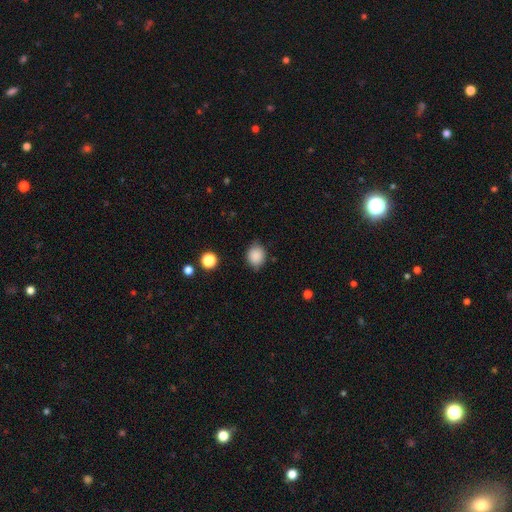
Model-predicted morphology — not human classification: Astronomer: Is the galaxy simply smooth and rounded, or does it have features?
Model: smooth — 87%.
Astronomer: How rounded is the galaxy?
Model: round — 60% (runner-up: in between, 39%).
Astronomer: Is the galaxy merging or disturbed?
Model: none — 78%.